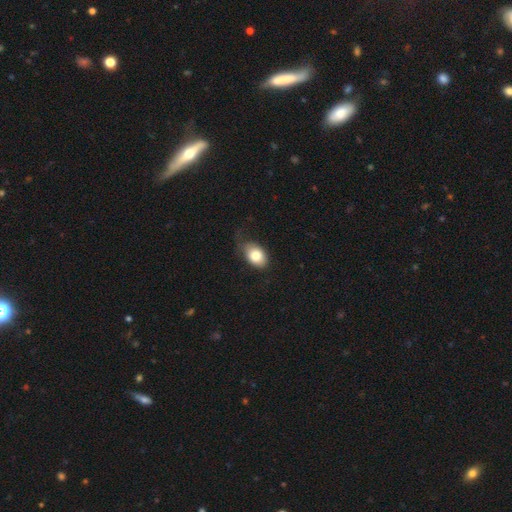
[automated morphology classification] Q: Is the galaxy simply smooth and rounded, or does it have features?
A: smooth — 79%.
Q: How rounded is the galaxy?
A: in between — 82%.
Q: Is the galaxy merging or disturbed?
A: none — 54%.